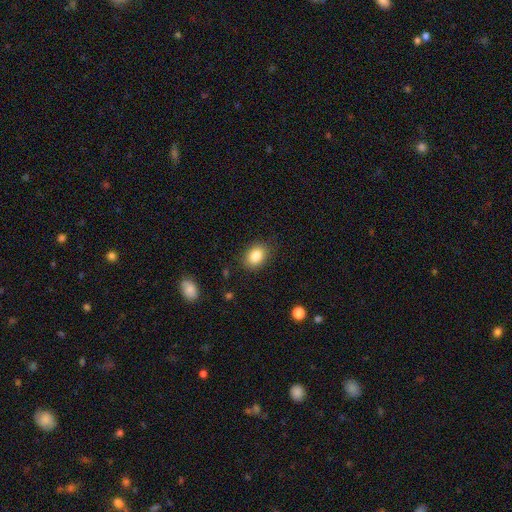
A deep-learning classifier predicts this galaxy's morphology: type=smooth (85%); roundness=in between (70%); merging=none (85%).